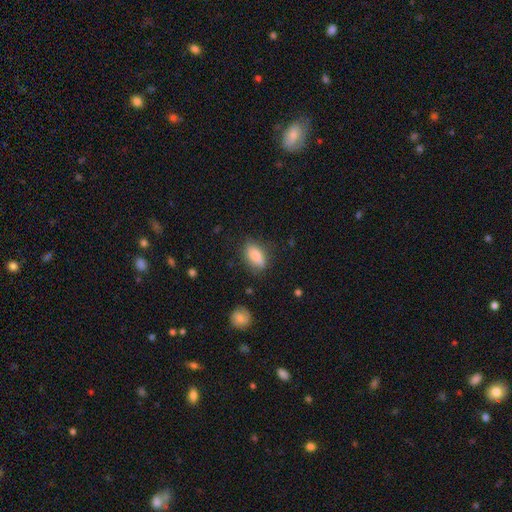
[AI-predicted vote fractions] Smooth or featured? smooth (78%)
How rounded? in between (81%)
Merging? none (65%)